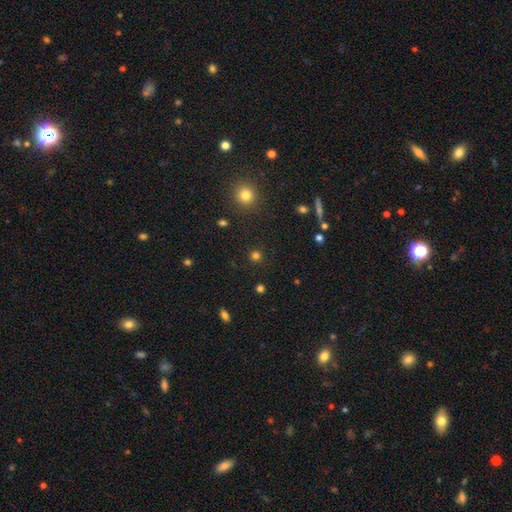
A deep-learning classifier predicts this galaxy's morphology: Smooth or featured? smooth (75%)
How rounded? round (94%)
Merging? none (91%)